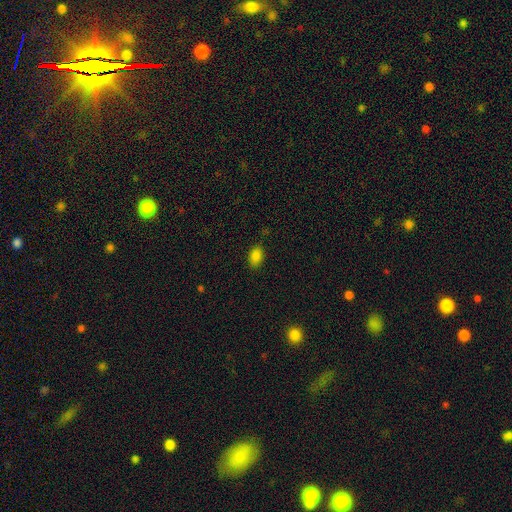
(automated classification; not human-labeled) The model was most divided on "smooth or featured": smooth: 84%, star or artifact: 12%, featured or disk: 4%. More confident: how rounded — in between (87%); merging — none (85%).